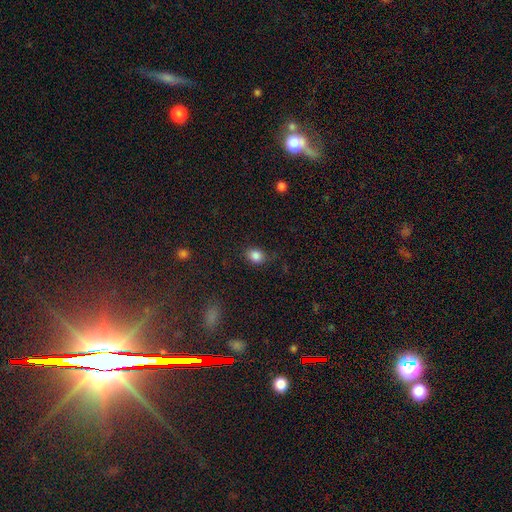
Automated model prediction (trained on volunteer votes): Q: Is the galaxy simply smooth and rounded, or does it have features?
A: smooth — 85%.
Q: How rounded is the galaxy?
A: in between — 50%.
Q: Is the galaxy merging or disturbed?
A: none — 78%.